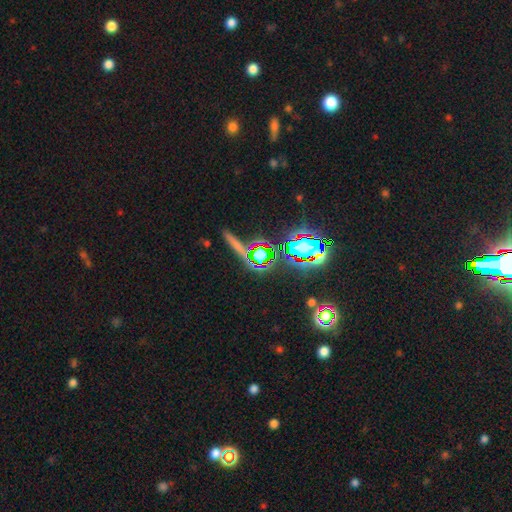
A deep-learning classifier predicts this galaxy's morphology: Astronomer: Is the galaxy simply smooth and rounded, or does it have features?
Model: star or artifact — 74%.